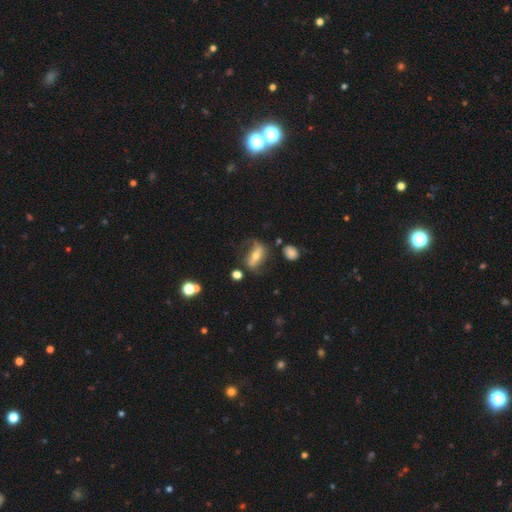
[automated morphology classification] This appears to be a featured or disk galaxy (60%). Merging: none (53%).